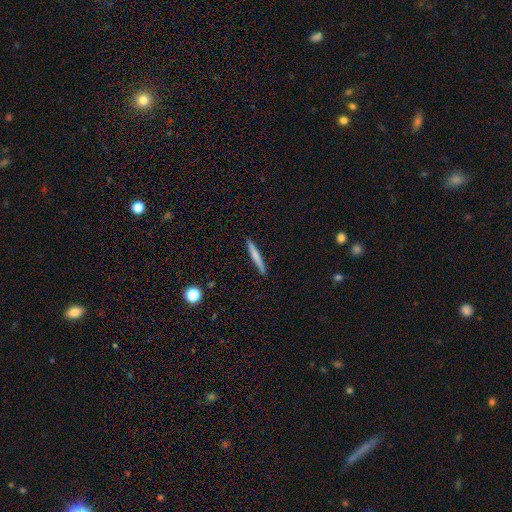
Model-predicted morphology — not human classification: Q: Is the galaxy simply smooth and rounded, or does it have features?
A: smooth — 67%.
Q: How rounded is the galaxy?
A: cigar-shaped — 95%.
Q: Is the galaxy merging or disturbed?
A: none — 88%.